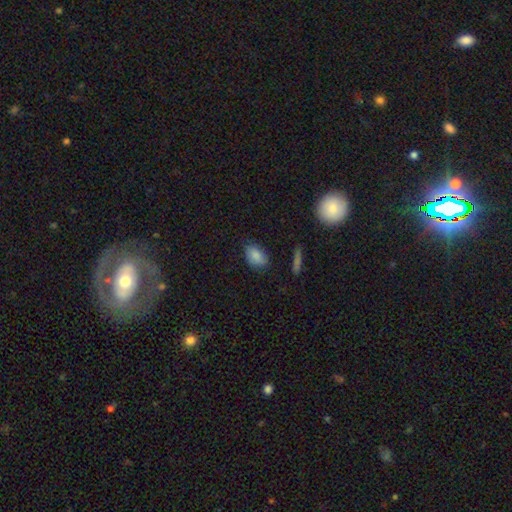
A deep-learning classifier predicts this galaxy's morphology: A smooth galaxy with no disk features (84%) that is in between round and cigar-shaped (85%). Merging: none (73%).